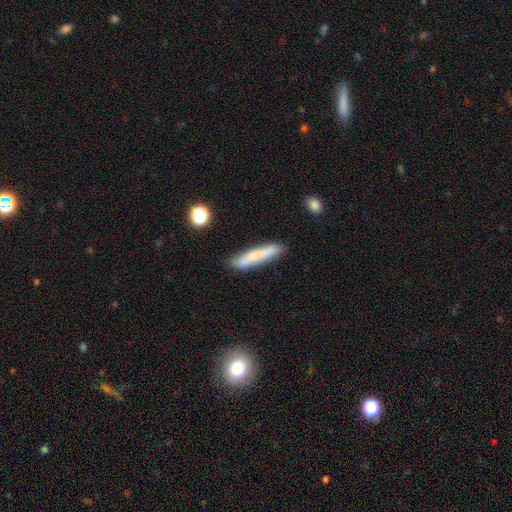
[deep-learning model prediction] Smooth or featured? smooth (68%)
How rounded? cigar-shaped (91%)
Merging? none (83%)